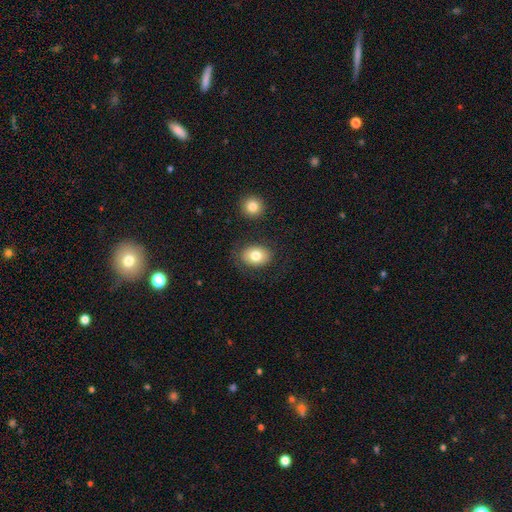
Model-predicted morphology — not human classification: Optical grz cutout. It shows a smooth galaxy with no disk features (79%) that is in between round and cigar-shaped (66%). Merging: none (80%).